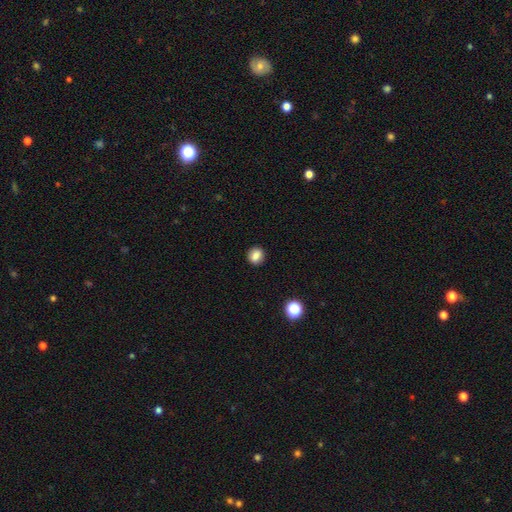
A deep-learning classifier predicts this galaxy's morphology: smooth 84%, star or artifact 10%, featured or disk 5%. Down the decision tree: how rounded — round (74%); merging — none (90%).